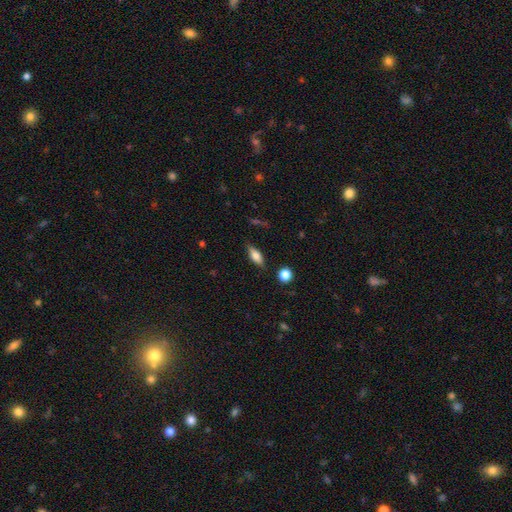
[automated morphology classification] smooth_or_featured: smooth (p=0.68) [alt: featured or disk p=0.24]
how_rounded: in between (p=0.71) [alt: cigar-shaped p=0.25]
merging: none (p=0.82) [alt: minor disturbance p=0.13]